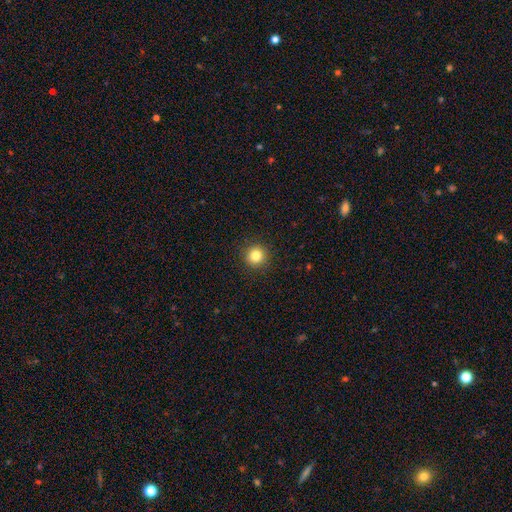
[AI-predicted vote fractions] smooth_or_featured: smooth (p=0.83) [alt: star or artifact p=0.12]
how_rounded: round (p=0.95) [alt: in between p=0.04]
merging: none (p=0.93) [alt: minor disturbance p=0.05]